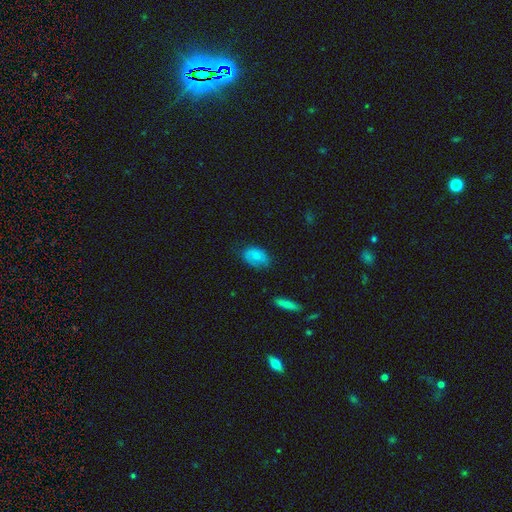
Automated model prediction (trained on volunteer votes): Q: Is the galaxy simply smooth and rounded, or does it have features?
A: smooth — 80%.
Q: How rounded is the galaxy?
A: in between — 87%.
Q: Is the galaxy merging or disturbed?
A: none — 61%.